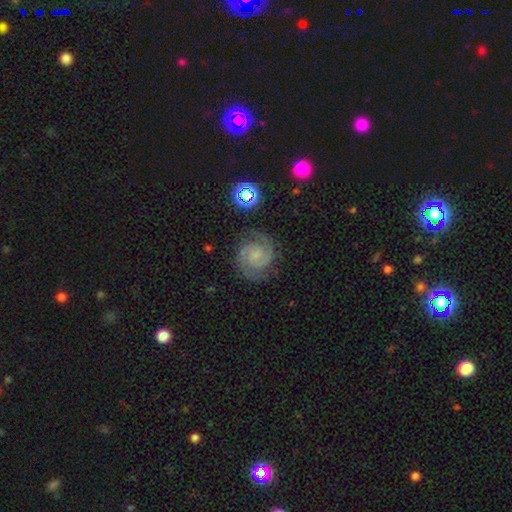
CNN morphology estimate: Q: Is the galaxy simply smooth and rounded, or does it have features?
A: featured or disk — 85%.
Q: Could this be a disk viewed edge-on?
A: no — 98%.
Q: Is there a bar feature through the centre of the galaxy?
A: no — 63%.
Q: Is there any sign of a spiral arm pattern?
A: yes — 98%.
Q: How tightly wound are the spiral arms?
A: tight — 59%.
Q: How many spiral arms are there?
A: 2 — 88%.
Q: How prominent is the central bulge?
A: small — 58%.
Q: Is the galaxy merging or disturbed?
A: none — 81%.